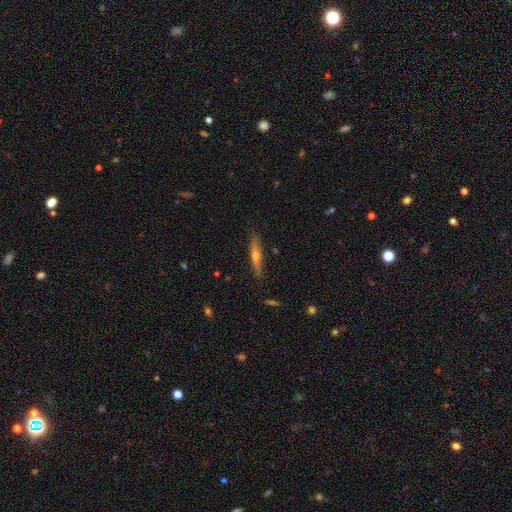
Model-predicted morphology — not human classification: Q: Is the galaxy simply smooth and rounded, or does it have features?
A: featured or disk — 60%.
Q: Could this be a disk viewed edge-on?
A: yes — 96%.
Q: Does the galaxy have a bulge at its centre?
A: rounded — 85%.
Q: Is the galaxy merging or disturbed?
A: none — 87%.